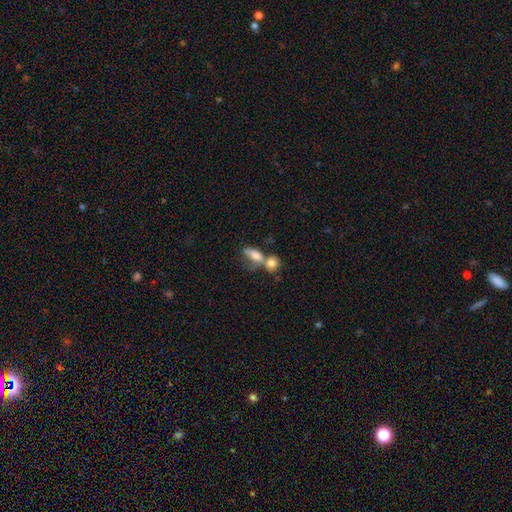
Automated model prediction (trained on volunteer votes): This is likely a smooth galaxy (73%). How rounded: likely in between (70%). Merging: possibly merger (52%).